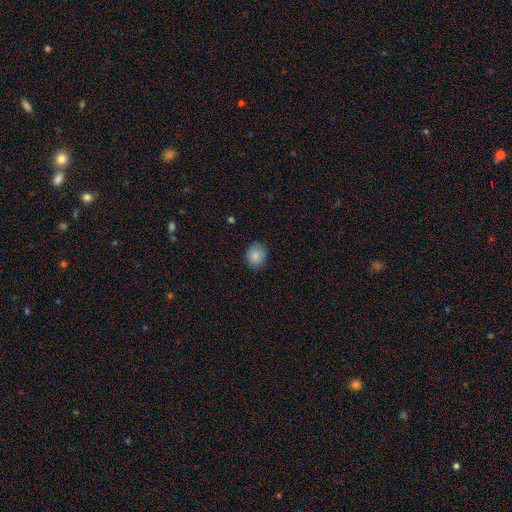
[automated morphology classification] type=smooth (85%); roundness=round (67%); merging=none (84%).